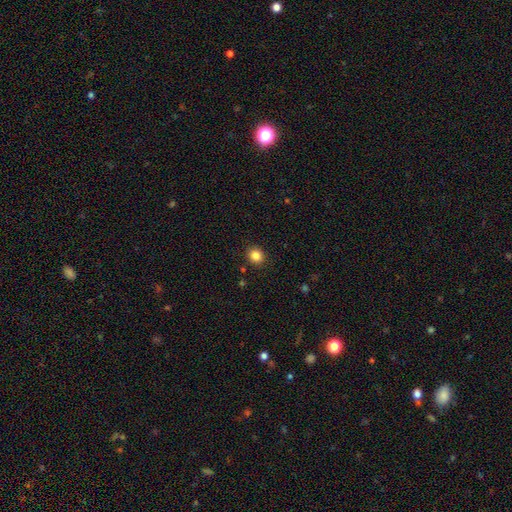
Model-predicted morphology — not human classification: Smooth or featured?
  - smooth: 84% *
  - star or artifact: 11%
  - featured or disk: 5%
How rounded?
  - round: 81% *
  - in between: 18%
  - cigar-shaped: 1%
Merging?
  - none: 90% *
  - minor disturbance: 7%
  - major disturbance: 2%
  - merger: 1%